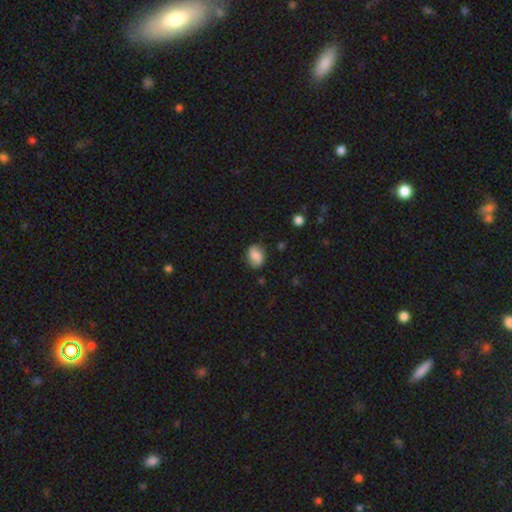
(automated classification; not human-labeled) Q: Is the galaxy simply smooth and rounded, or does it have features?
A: smooth — 78%.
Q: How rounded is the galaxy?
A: in between — 67%.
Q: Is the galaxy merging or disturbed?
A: none — 75%.